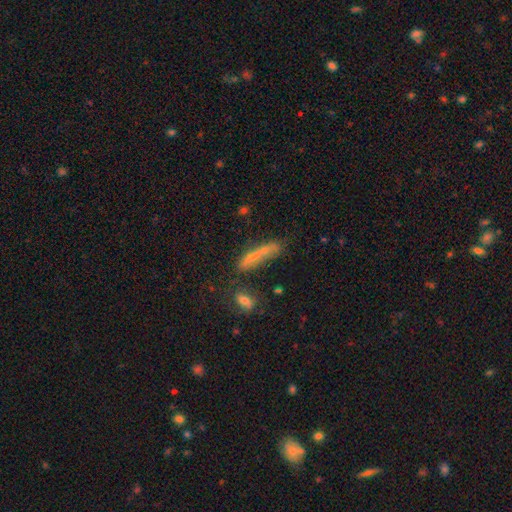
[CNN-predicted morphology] smooth_or_featured: smooth (p=0.59) [alt: featured or disk p=0.30]
how_rounded: cigar-shaped (p=0.87) [alt: in between p=0.11]
merging: none (p=0.59) [alt: minor disturbance p=0.21]